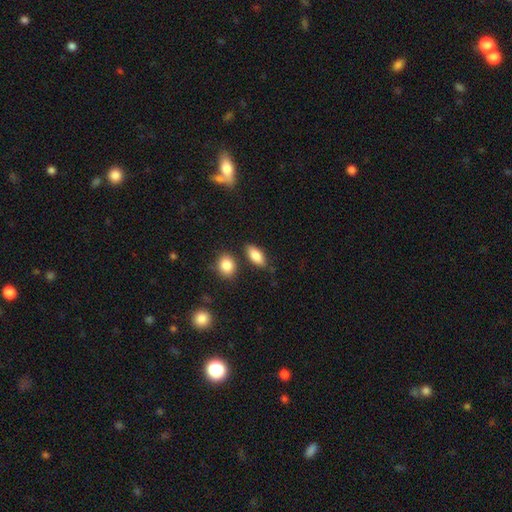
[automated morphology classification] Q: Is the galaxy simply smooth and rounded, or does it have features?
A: smooth — 85%.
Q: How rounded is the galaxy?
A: in between — 85%.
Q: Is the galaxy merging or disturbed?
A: none — 77%.